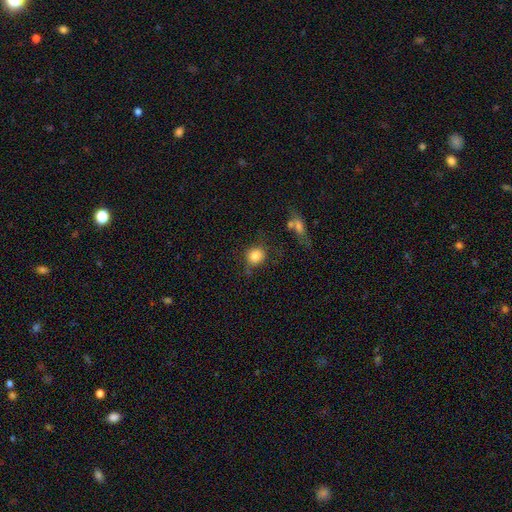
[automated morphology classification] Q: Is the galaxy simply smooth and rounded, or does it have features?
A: smooth — 84%.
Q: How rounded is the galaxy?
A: round — 81%.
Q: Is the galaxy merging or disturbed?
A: none — 66%.